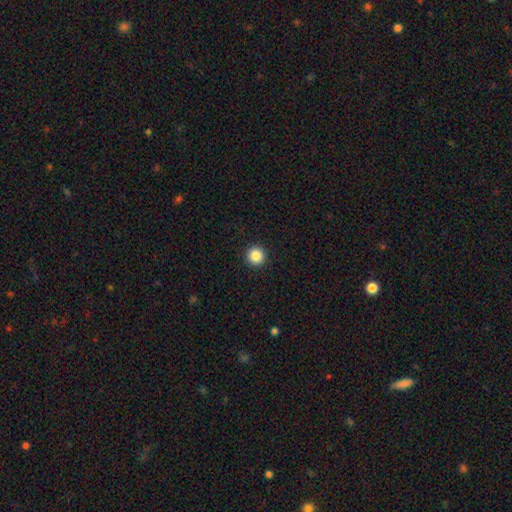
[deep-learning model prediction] Smooth or featured? Predicted: smooth (p=0.86). How rounded? Predicted: round (p=0.96). Merging? Predicted: none (p=0.93).